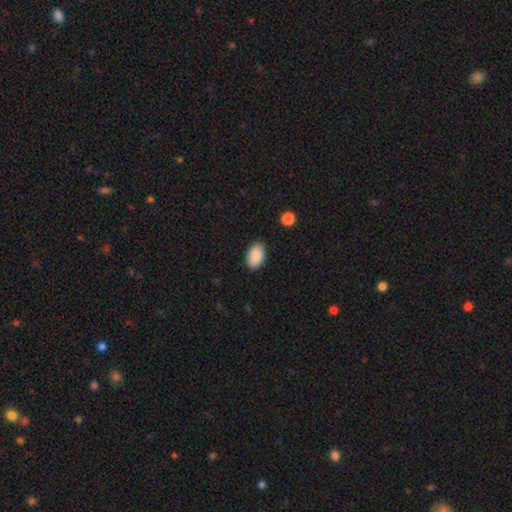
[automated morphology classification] smooth 90%, star or artifact 7%, featured or disk 4%. Down the decision tree: how rounded — in between (93%); merging — none (85%).